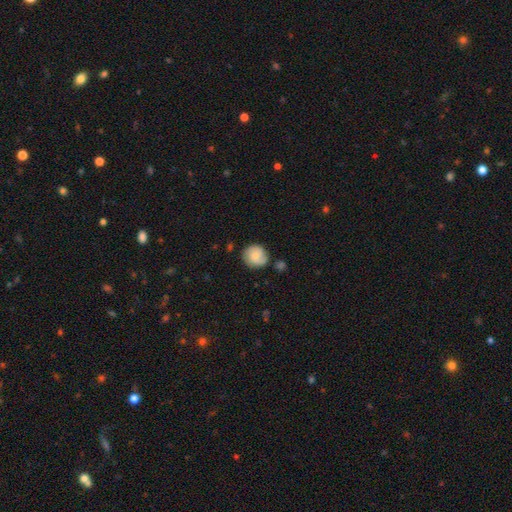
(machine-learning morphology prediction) Smooth or featured?
  - smooth: 63% *
  - featured or disk: 29%
  - star or artifact: 8%
How rounded?
  - round: 84% *
  - in between: 15%
  - cigar-shaped: 1%
Merging?
  - none: 73% *
  - minor disturbance: 19%
  - merger: 5%
  - major disturbance: 4%